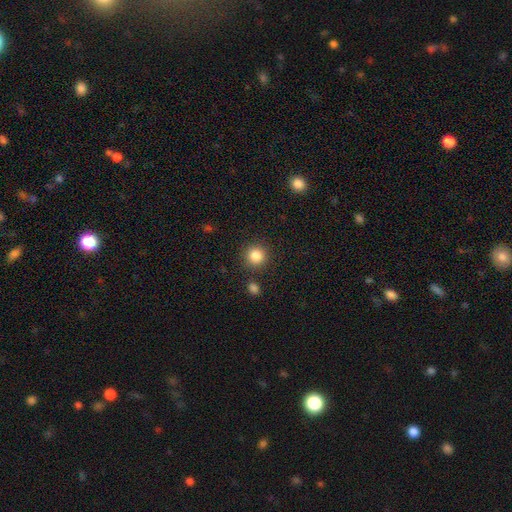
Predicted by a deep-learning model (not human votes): Smooth or featured? smooth (86%)
How rounded? round (92%)
Merging? none (86%)